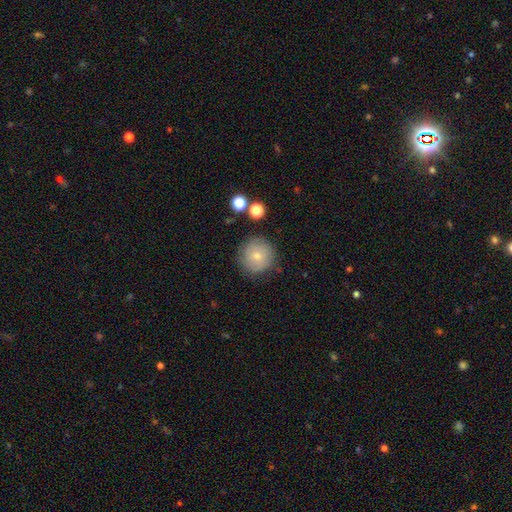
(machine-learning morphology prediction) A smooth galaxy with no disk features (69%) that is round (94%).

Vote fractions:
- Smooth or featured? smooth: 69% / featured or disk: 22% / star or artifact: 9%
- How rounded? round: 94% / in between: 5% / cigar-shaped: 1%
- Merging? none: 82% / minor disturbance: 12% / major disturbance: 4% / merger: 2%